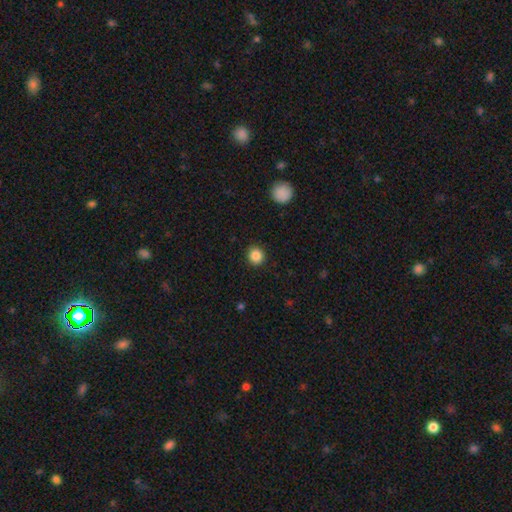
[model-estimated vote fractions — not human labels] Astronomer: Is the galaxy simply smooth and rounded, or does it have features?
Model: smooth — 86%.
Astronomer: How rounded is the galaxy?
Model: round — 90%.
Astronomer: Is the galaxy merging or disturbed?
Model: none — 91%.